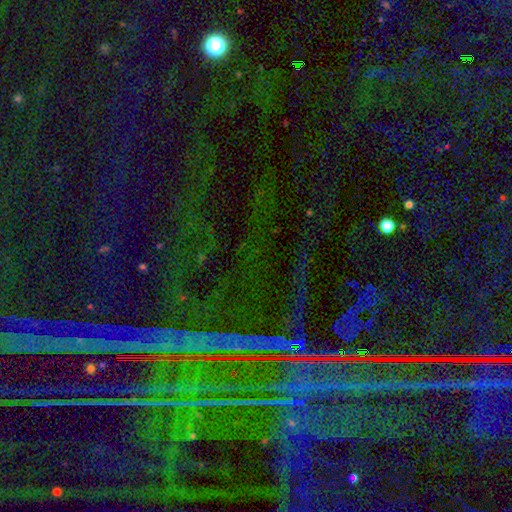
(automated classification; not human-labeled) The model was most divided on "smooth or featured": star or artifact: 84%, featured or disk: 8%, smooth: 7%.